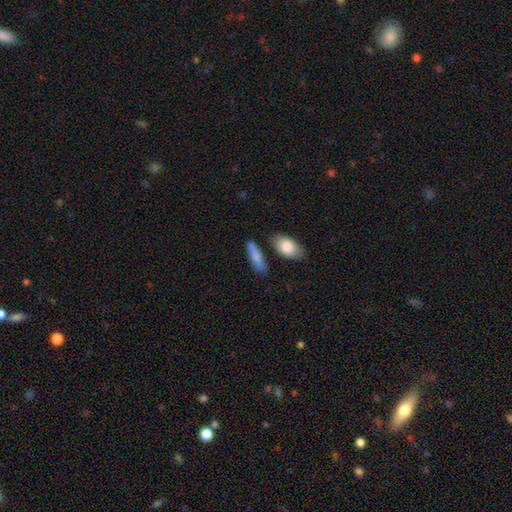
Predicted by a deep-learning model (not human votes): A smooth galaxy with no disk features (77%) that is cigar-shaped (49%).

Vote fractions:
- Smooth or featured? smooth: 77% / featured or disk: 16% / star or artifact: 6%
- How rounded? cigar-shaped: 49% / in between: 47% / round: 4%
- Merging? none: 69% / minor disturbance: 16% / merger: 10% / major disturbance: 4%